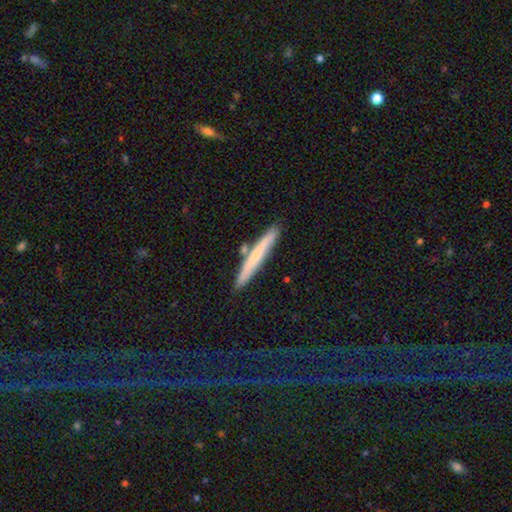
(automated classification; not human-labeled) Smooth or featured? Predicted: smooth (p=0.61). How rounded? Predicted: cigar-shaped (p=0.96). Merging? Predicted: none (p=0.82).